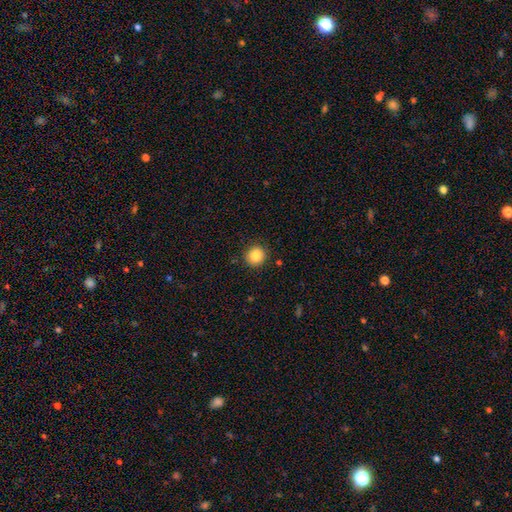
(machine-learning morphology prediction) Smooth or featured?
  - smooth: 86% *
  - star or artifact: 10%
  - featured or disk: 5%
How rounded?
  - round: 91% *
  - in between: 8%
  - cigar-shaped: 1%
Merging?
  - none: 90% *
  - minor disturbance: 7%
  - major disturbance: 2%
  - merger: 1%